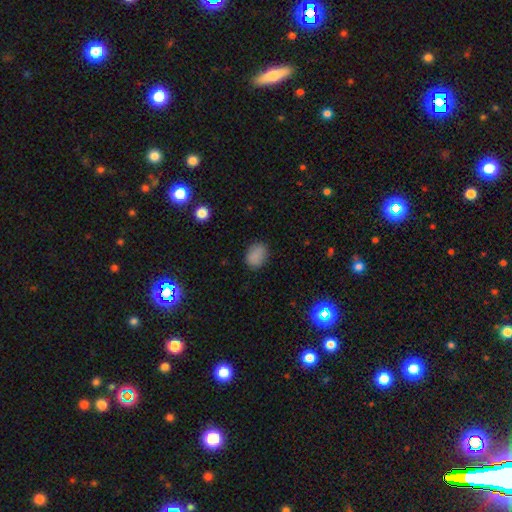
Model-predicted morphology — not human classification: type=smooth (84%); roundness=in between (63%); merging=none (81%).